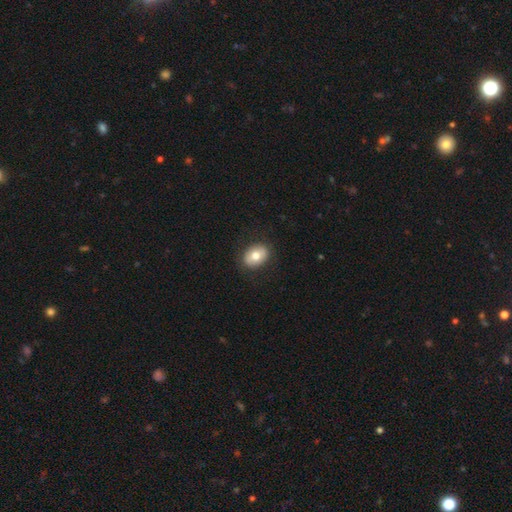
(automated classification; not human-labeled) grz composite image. It shows a smooth galaxy with no disk features (74%) that is in between round and cigar-shaped (73%). Merging: none (87%).